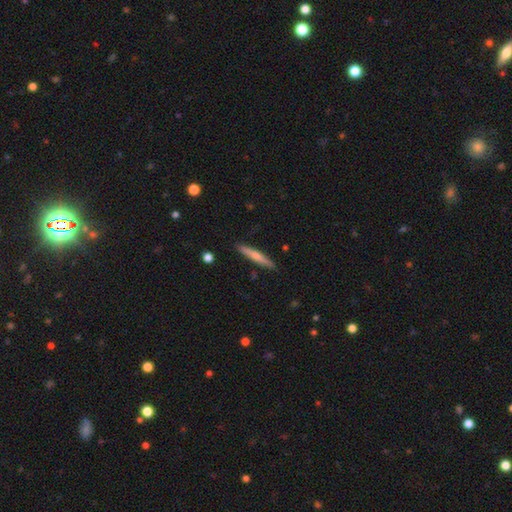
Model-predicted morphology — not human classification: Smooth or featured? smooth (57%)
How rounded? cigar-shaped (94%)
Merging? none (89%)